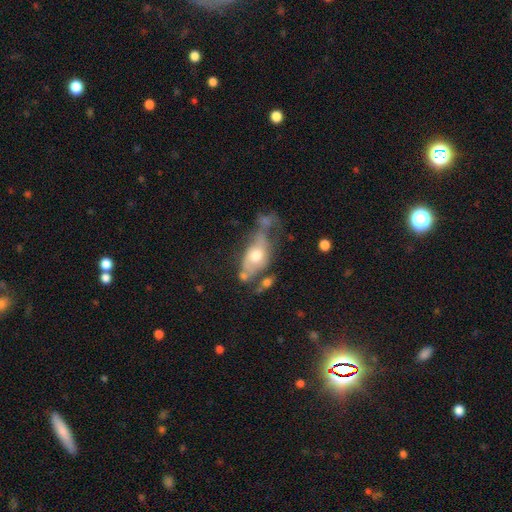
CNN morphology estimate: This appears to be a featured or disk galaxy (48%). Merging: major disturbance (29%).